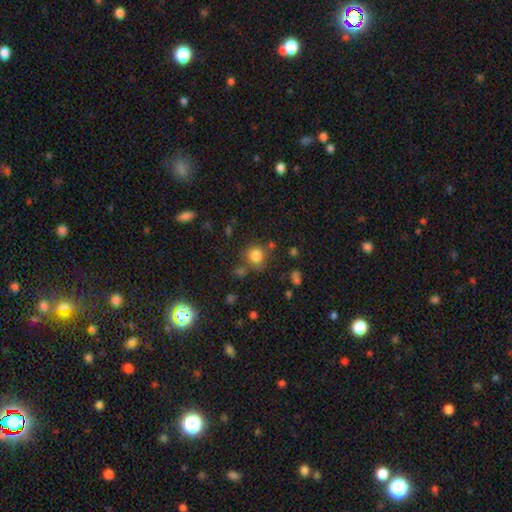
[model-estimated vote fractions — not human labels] Overall: smooth (81%). How rounded: round (86%). Merging: none (73%).